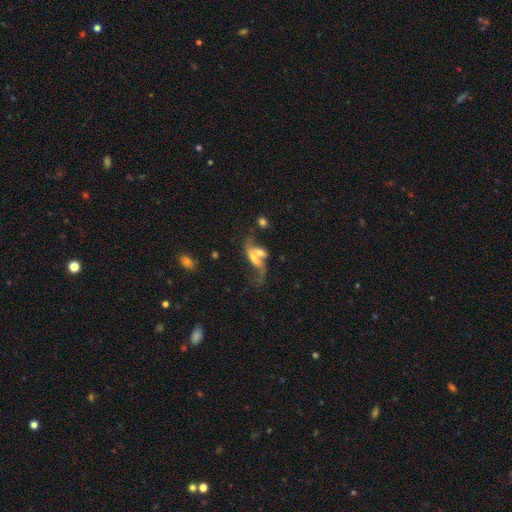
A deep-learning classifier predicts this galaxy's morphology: The model was most divided on "bulge size": moderate: 39%, small: 33%, none: 16%, large: 10%, dominant: 3%. Remaining: edge-on disk — no (86%); spiral arms — yes (74%); smooth or featured — featured or disk (63%); merging — merger (47%); bar — no (41%).